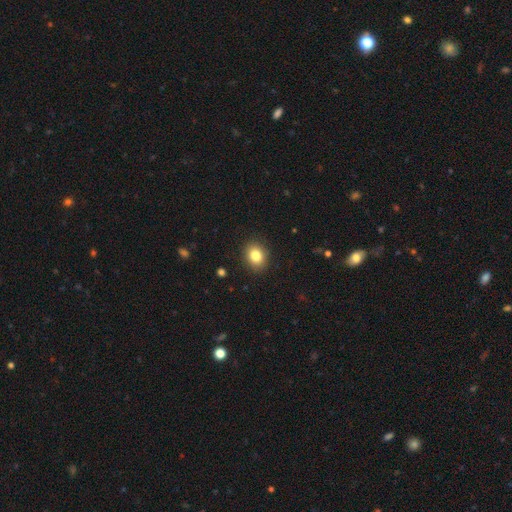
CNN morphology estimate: Smooth or featured? Predicted: smooth (p=0.83). How rounded? Predicted: round (p=0.51). Merging? Predicted: none (p=0.89).